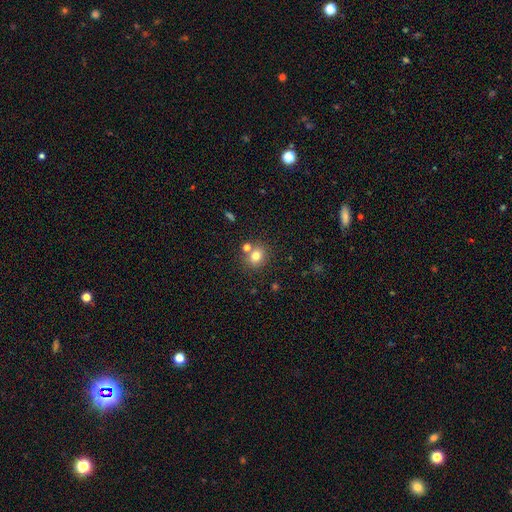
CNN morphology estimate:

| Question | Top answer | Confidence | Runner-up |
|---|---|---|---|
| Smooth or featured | smooth | 76% | star or artifact (14%) |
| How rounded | round | 77% | in between (22%) |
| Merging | none | 71% | merger (16%) |